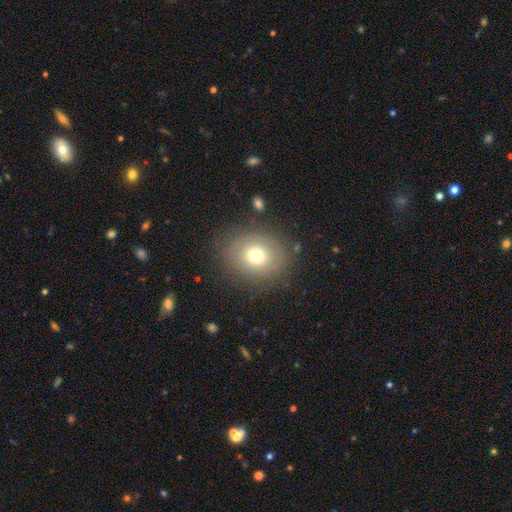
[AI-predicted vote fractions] Morphology: type=smooth (69%); roundness=round (61%); merging=none (81%).